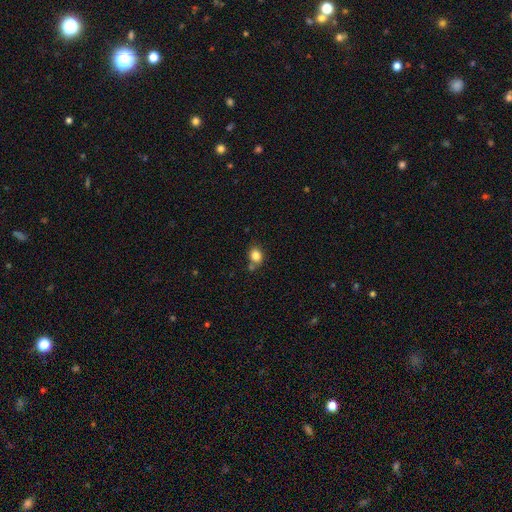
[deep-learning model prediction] Overall: smooth (84%). How rounded: in between (53%; round 46%). Merging: none (66%).